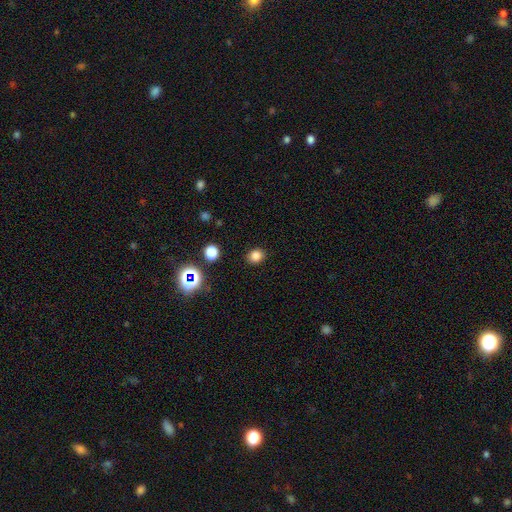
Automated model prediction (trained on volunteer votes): This is clearly a smooth galaxy (81%). How rounded: likely round (67%). Merging: clearly none (88%).